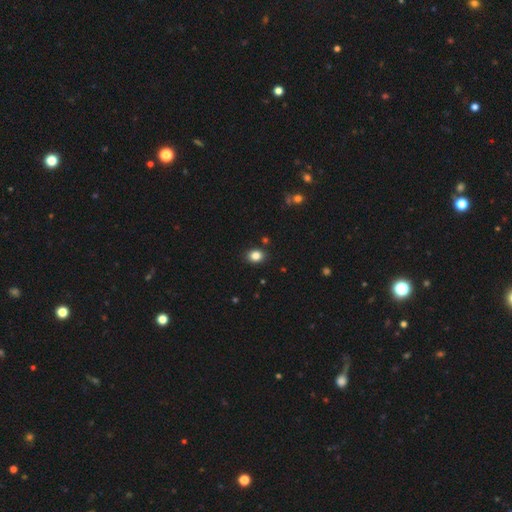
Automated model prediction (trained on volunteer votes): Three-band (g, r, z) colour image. It shows a smooth galaxy with no disk features (84%) that is round (53%). Merging: none (89%).